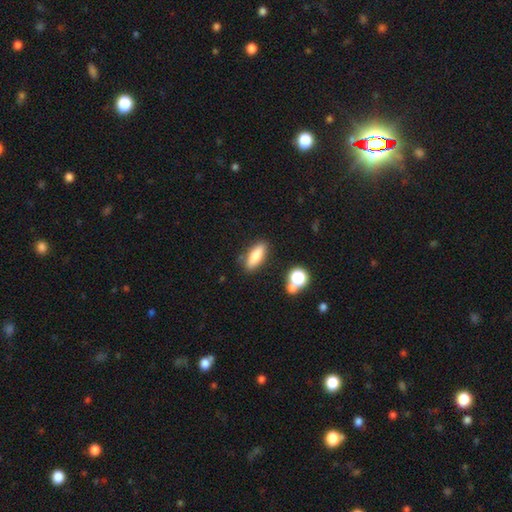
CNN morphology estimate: Smooth or featured?
  - smooth: 76% *
  - featured or disk: 16%
  - star or artifact: 8%
How rounded?
  - in between: 55% *
  - cigar-shaped: 42%
  - round: 3%
Merging?
  - none: 83% *
  - minor disturbance: 11%
  - merger: 4%
  - major disturbance: 3%